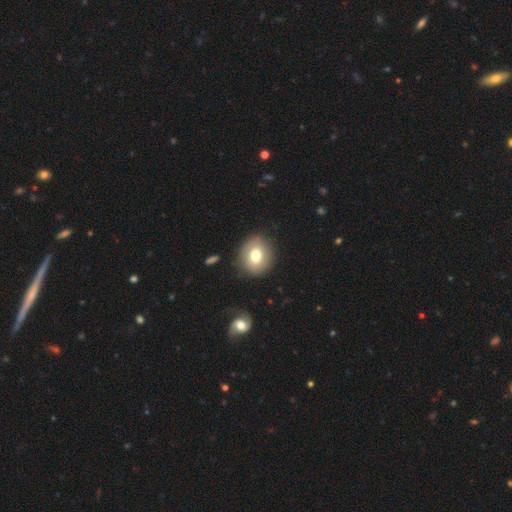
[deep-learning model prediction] Q: Smooth or featured?
A: smooth (72%); runner-up: featured or disk (19%)
Q: How rounded?
A: round (76%); runner-up: in between (23%)
Q: Merging?
A: none (84%); runner-up: minor disturbance (10%)